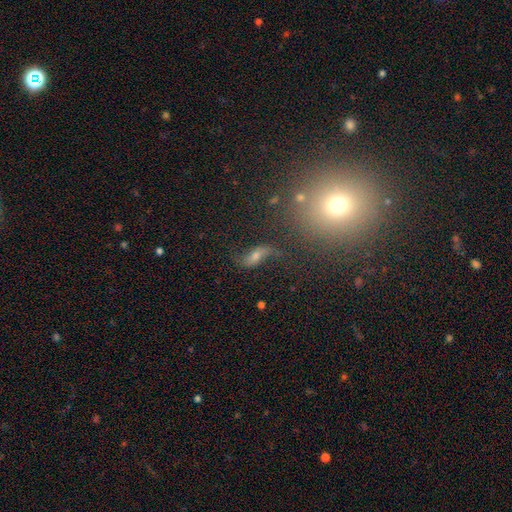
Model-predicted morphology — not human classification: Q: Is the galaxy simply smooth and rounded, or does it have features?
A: featured or disk — 59%.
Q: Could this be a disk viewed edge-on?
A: no — 89%.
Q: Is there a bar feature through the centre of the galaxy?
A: no — 49%.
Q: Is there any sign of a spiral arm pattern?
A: yes — 84%.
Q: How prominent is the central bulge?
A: moderate — 45%.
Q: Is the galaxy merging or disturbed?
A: none — 55%.